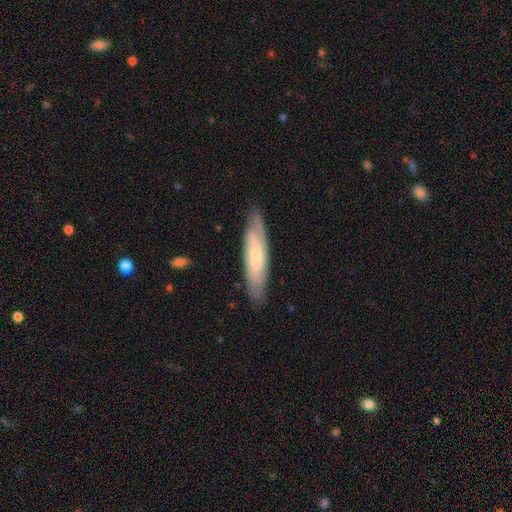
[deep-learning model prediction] The model was most divided on "smooth or featured": featured or disk: 56%, smooth: 38%, star or artifact: 6%. More confident: merging — none (82%); edge-on disk — no (61%).